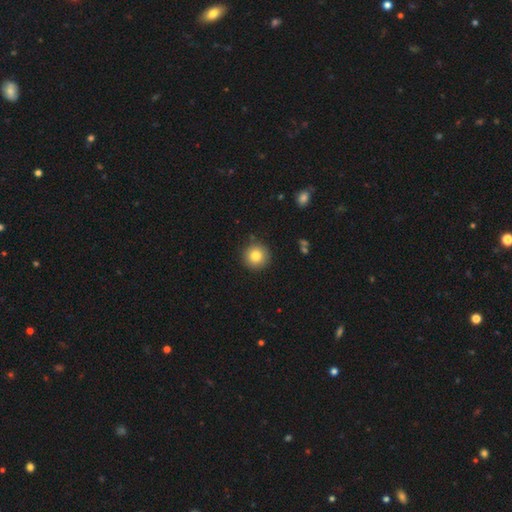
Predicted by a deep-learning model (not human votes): Smooth or featured?
  - smooth: 82% *
  - star or artifact: 10%
  - featured or disk: 8%
How rounded?
  - round: 95% *
  - in between: 4%
  - cigar-shaped: 1%
Merging?
  - none: 90% *
  - minor disturbance: 7%
  - major disturbance: 2%
  - merger: 1%